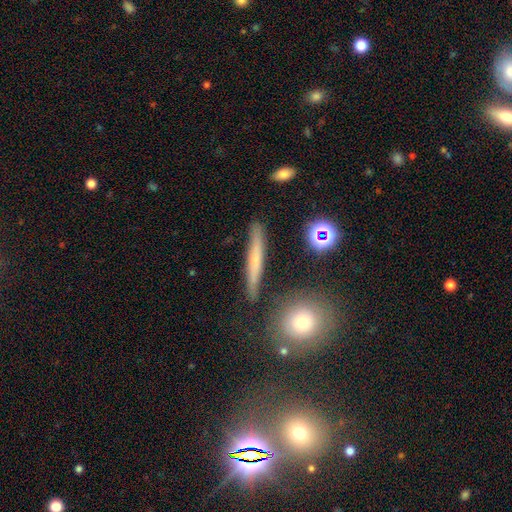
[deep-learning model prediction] The model was most divided on "smooth or featured": featured or disk: 46%, smooth: 38%, star or artifact: 16%. More confident: merging — none (86%).